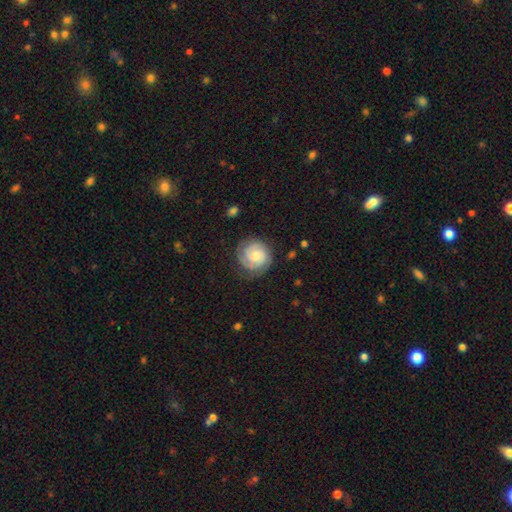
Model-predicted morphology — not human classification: Q: Smooth or featured?
A: featured or disk (73%); runner-up: smooth (21%)
Q: Edge-on disk?
A: no (98%); runner-up: yes (2%)
Q: Bar?
A: no (68%); runner-up: weak (28%)
Q: Spiral arms?
A: yes (95%); runner-up: no (5%)
Q: Spiral winding?
A: tight (70%); runner-up: medium (25%)
Q: Spiral arm count?
A: 2 (33%); runner-up: 3 (26%)
Q: Bulge size?
A: moderate (43%); runner-up: small (41%)
Q: Merging?
A: none (77%); runner-up: minor disturbance (16%)